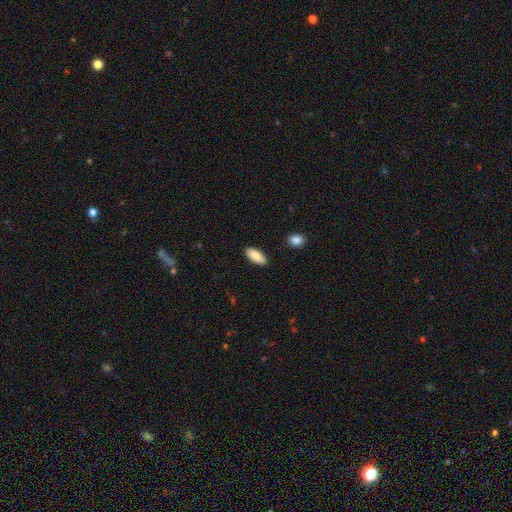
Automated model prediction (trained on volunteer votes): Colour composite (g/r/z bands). It shows a smooth galaxy with no disk features (87%) that is in between round and cigar-shaped (86%). Merging: none (88%).